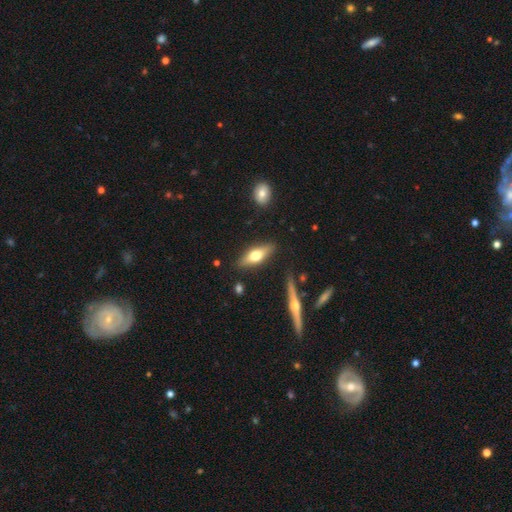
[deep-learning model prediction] smooth 51%, featured or disk 43%, star or artifact 6%. Down the decision tree: how rounded — in between (52%); merging — none (84%).